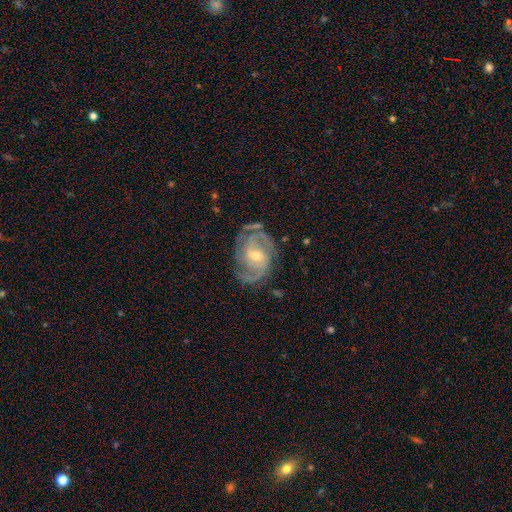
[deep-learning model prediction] This appears to be a featured or disk galaxy (90%) with a weak bar (45%), 2 (58%) tight (48%) spiral arms (97%) and a moderate central bulge (54%). Merging: none (74%).